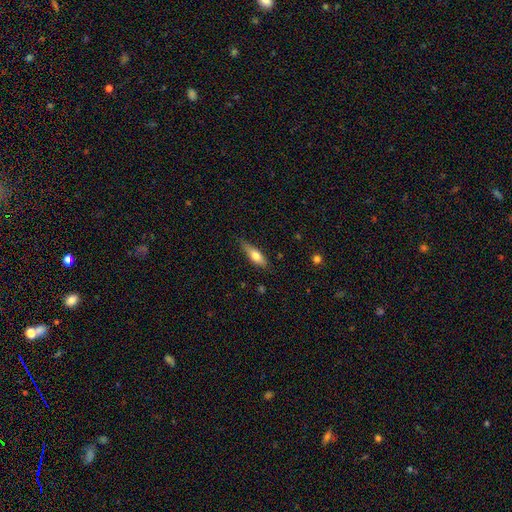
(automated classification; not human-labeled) A smooth galaxy with no disk features (68%) that is in between round and cigar-shaped (49%, tied with cigar-shaped). Merging: none (71%).